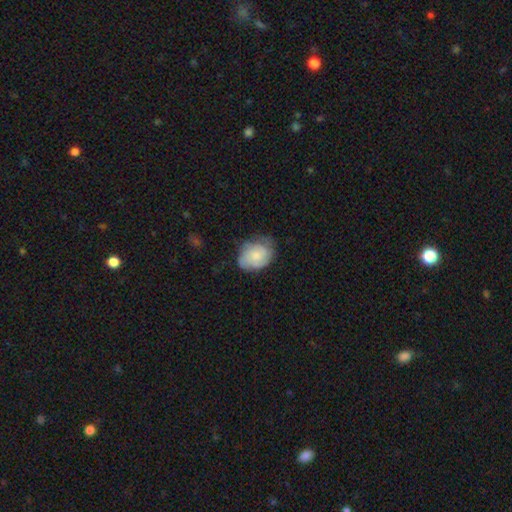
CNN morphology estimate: Smooth or featured? Predicted: smooth (p=0.63). How rounded? Predicted: in between (p=0.64). Merging? Predicted: none (p=0.58).